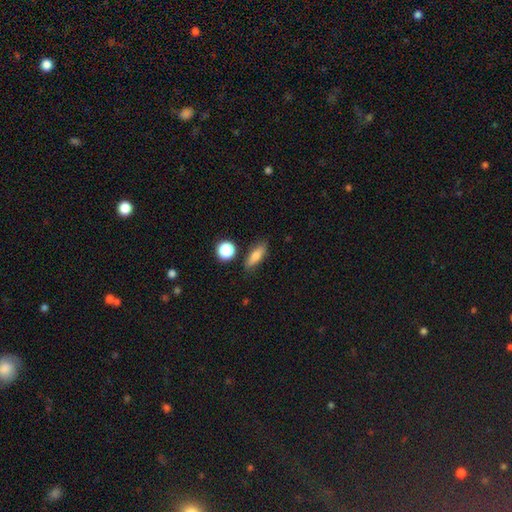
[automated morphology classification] A smooth galaxy with no disk features (73%) that is in between round and cigar-shaped (51%). Merging: none (80%).